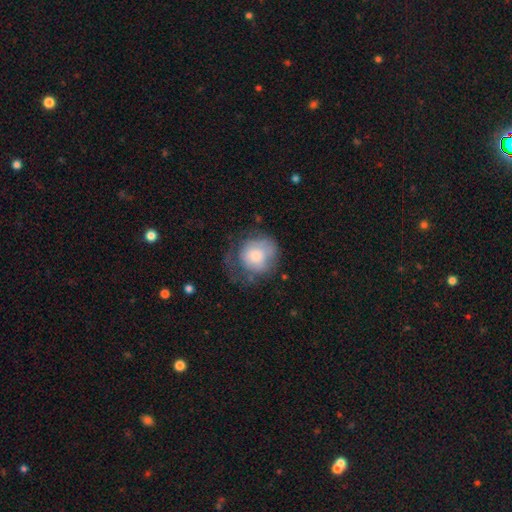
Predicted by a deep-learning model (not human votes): smooth-or-featured: smooth: 65% | featured or disk: 28% | star or artifact: 7%
  how-rounded: round: 83% | in between: 16% | cigar-shaped: 1%
  merging: none: 41% | major disturbance: 29% | minor disturbance: 28% | merger: 2%